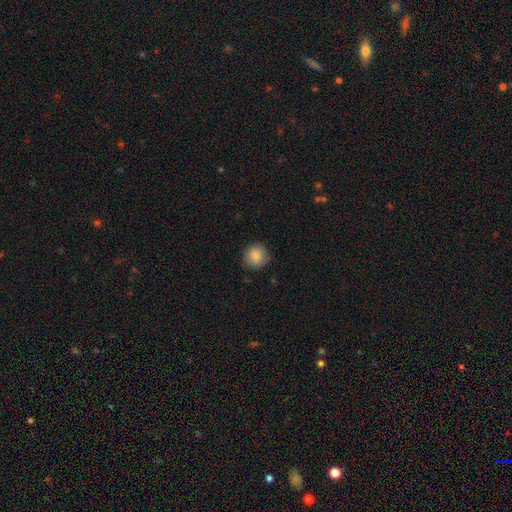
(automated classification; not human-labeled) The model was most divided on "merging": none: 85%, minor disturbance: 11%, major disturbance: 3%, merger: 1%. More confident: how rounded — round (90%); smooth or featured — smooth (85%).